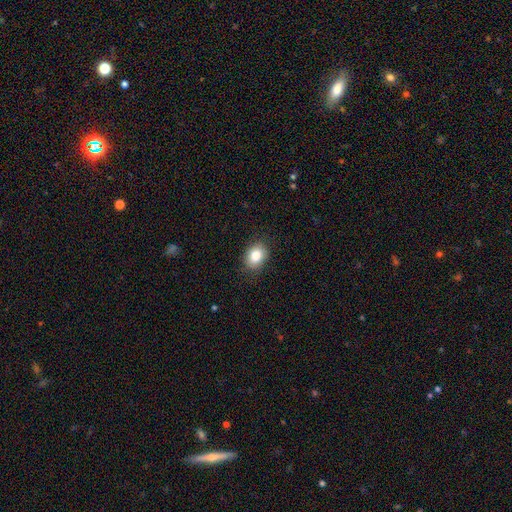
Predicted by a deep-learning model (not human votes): Smooth or featured?
  - smooth: 84% *
  - star or artifact: 9%
  - featured or disk: 7%
How rounded?
  - in between: 67% *
  - round: 32%
  - cigar-shaped: 1%
Merging?
  - none: 85% *
  - minor disturbance: 12%
  - major disturbance: 3%
  - merger: 1%